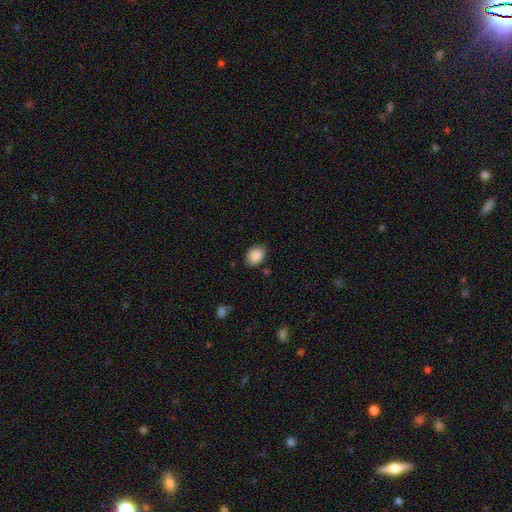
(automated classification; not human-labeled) Q: Smooth or featured?
A: smooth (89%); runner-up: star or artifact (8%)
Q: How rounded?
A: in between (63%); runner-up: round (36%)
Q: Merging?
A: none (79%); runner-up: minor disturbance (16%)